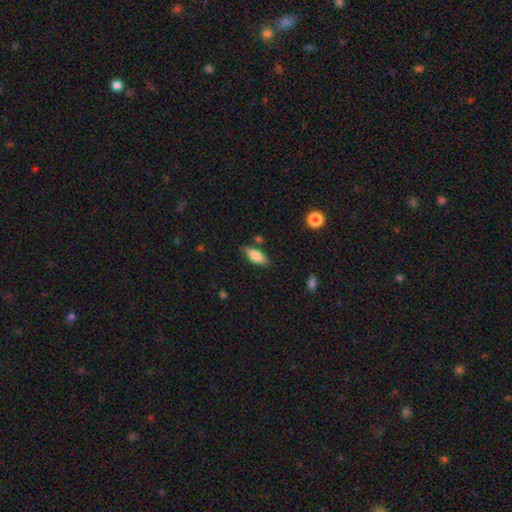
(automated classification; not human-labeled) Smooth or featured? smooth (79%)
How rounded? in between (78%)
Merging? none (79%)